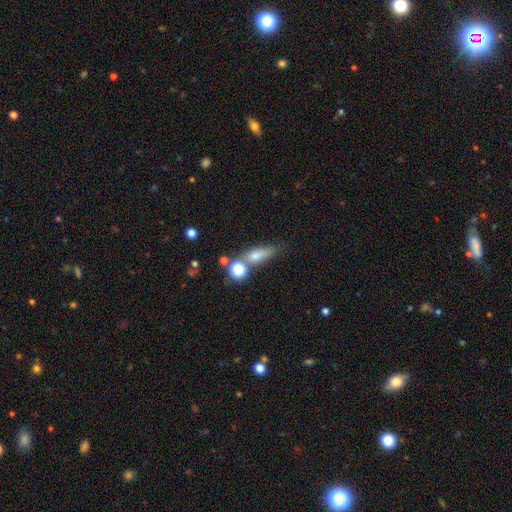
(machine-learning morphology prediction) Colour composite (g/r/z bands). It shows a smooth galaxy with no disk features (66%) that is in between round and cigar-shaped (45%). Merging: none (49%).